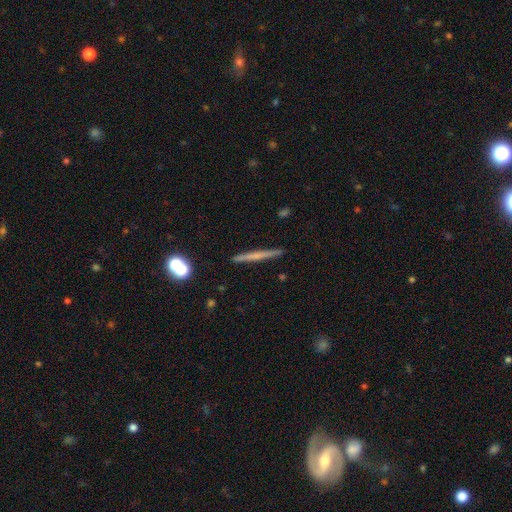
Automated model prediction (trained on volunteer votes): smooth_or_featured: smooth (p=0.48) [alt: featured or disk p=0.44]
merging: none (p=0.91) [alt: minor disturbance p=0.06]